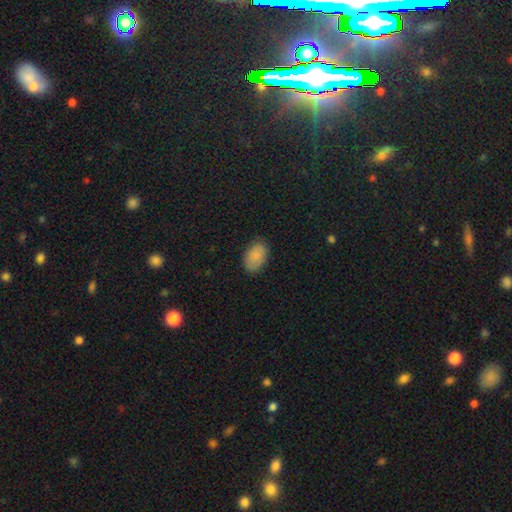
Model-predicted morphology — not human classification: A smooth galaxy with no disk features (86%) that is in between round and cigar-shaped (92%).

Vote fractions:
- Smooth or featured? smooth: 86% / featured or disk: 7% / star or artifact: 7%
- How rounded? in between: 92% / round: 7% / cigar-shaped: 1%
- Merging? none: 79% / minor disturbance: 16% / major disturbance: 3% / merger: 1%